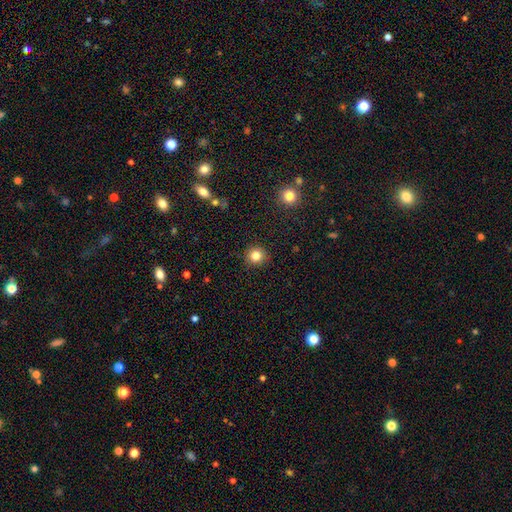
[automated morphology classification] type=smooth (82%); roundness=round (92%); merging=none (91%).